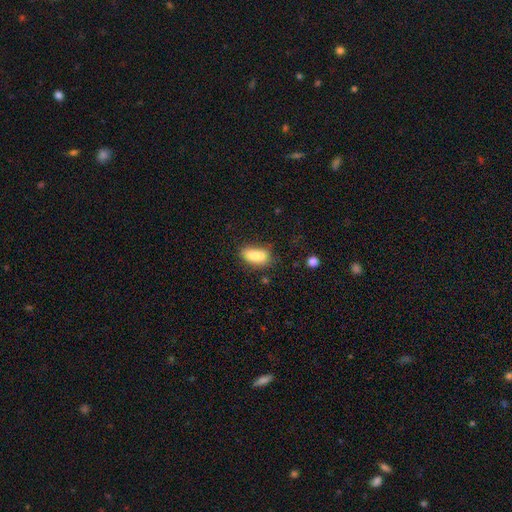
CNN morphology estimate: Smooth or featured: smooth — 79% (featured or disk — 12%)
How rounded: in between — 84% (cigar-shaped — 10%)
Merging: none — 49% (merger — 23%)